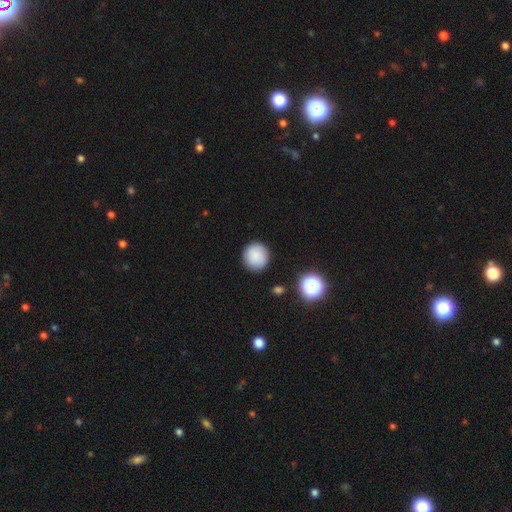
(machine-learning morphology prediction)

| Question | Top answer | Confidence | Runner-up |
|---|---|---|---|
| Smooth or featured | smooth | 86% | star or artifact (9%) |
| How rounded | round | 93% | in between (6%) |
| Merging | none | 89% | minor disturbance (7%) |